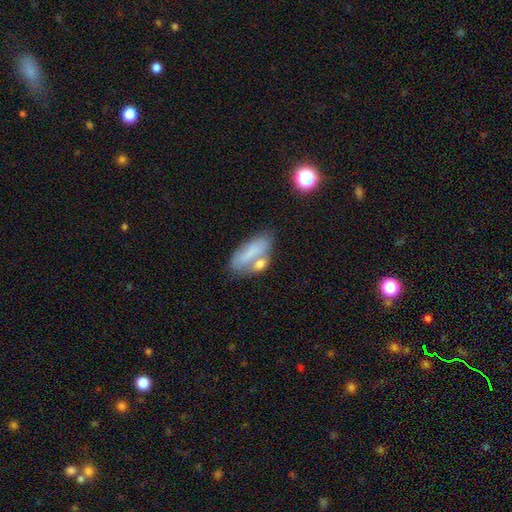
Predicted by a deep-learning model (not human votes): smooth_or_featured: smooth (p=0.63) [alt: featured or disk p=0.26]
how_rounded: in between (p=0.68) [alt: cigar-shaped p=0.28]
merging: none (p=0.52) [alt: minor disturbance p=0.20]